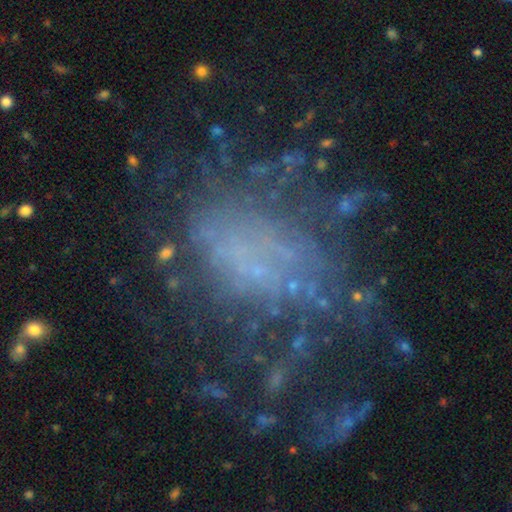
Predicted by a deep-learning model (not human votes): The model was most divided on "merging": none: 45%, major disturbance: 32%, minor disturbance: 18%, merger: 5%. More confident: edge-on disk — no (96%); smooth or featured — featured or disk (51%).